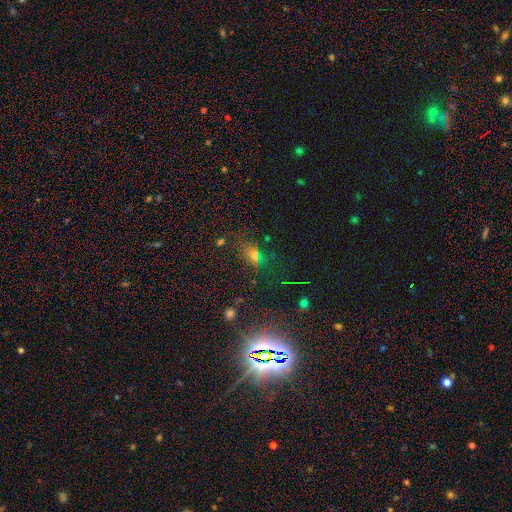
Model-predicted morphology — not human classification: This is possibly a smooth galaxy (52%). How rounded: likely in between (65%). Merging: likely none (64%).